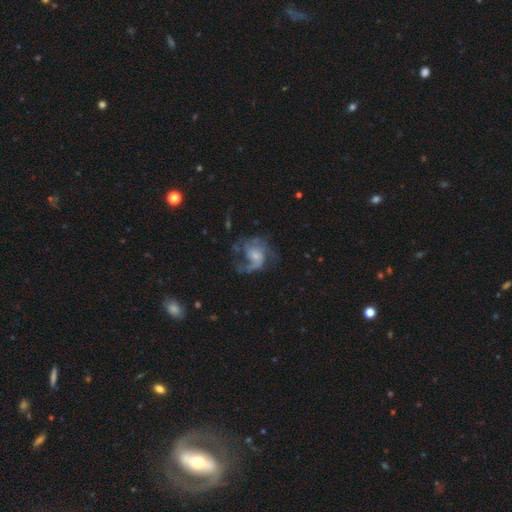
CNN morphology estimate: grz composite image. It shows a featured or disk galaxy (78%) with no bar (67%), 2 (38%) medium (46%) spiral arms (90%) and a small central bulge (55%). Merging: none (48%).